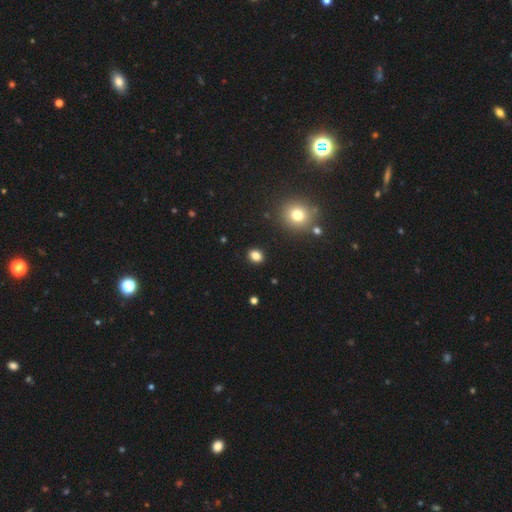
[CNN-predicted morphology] A smooth galaxy with no disk features (83%) that is round (54%). Merging: none (90%).